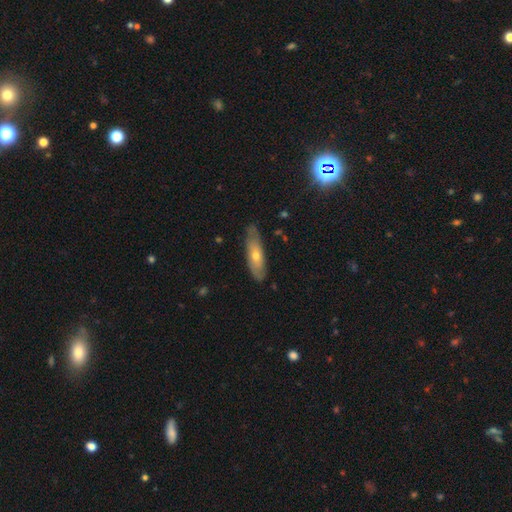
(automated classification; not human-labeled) Smooth or featured? smooth (47%)
Merging? none (78%)